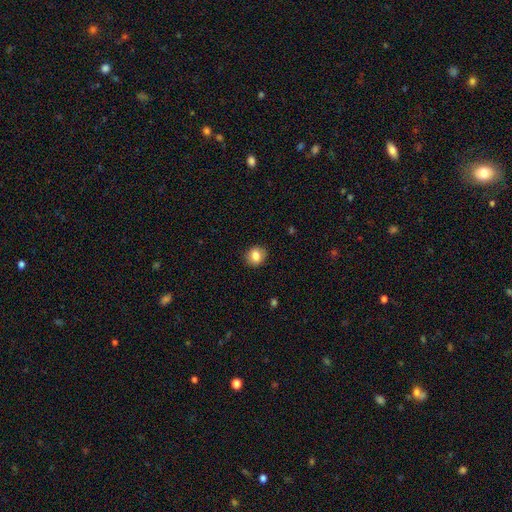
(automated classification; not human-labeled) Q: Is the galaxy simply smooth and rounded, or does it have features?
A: smooth — 83%.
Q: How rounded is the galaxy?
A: round — 74%.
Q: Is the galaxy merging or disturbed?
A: none — 89%.